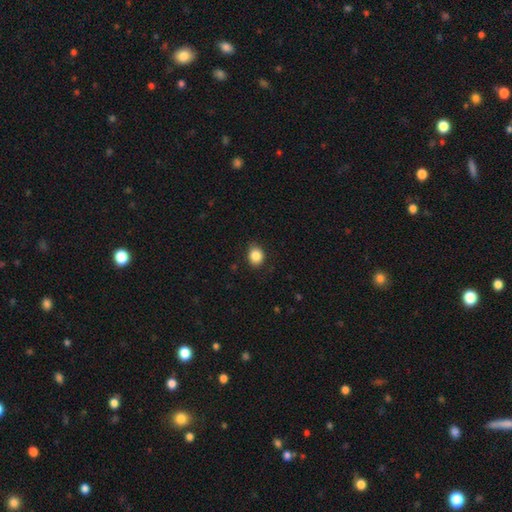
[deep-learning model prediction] The model was most divided on "how rounded": round: 61%, in between: 38%, cigar-shaped: 1%. More confident: smooth or featured — smooth (86%); merging — none (84%).